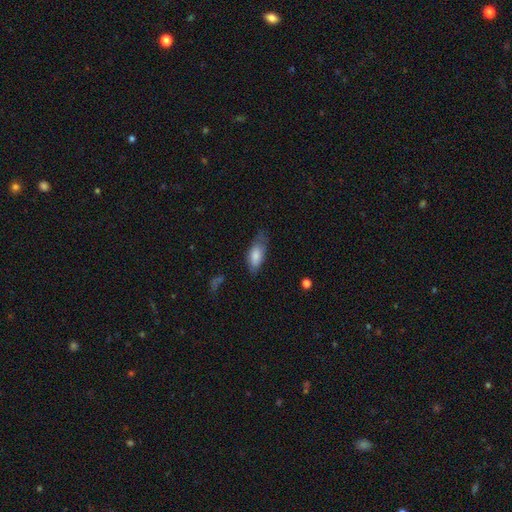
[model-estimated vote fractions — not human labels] Q: Smooth or featured?
A: smooth (80%); runner-up: featured or disk (14%)
Q: How rounded?
A: in between (84%); runner-up: cigar-shaped (13%)
Q: Merging?
A: none (52%); runner-up: minor disturbance (33%)